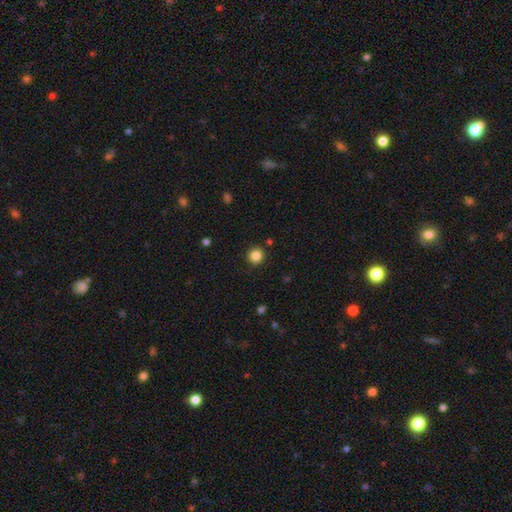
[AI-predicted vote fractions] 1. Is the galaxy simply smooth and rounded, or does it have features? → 85% smooth, 11% star or artifact, 4% featured or disk.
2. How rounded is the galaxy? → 95% round, 4% in between, 1% cigar-shaped.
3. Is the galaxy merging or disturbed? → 91% none, 5% minor disturbance, 2% major disturbance, 2% merger.